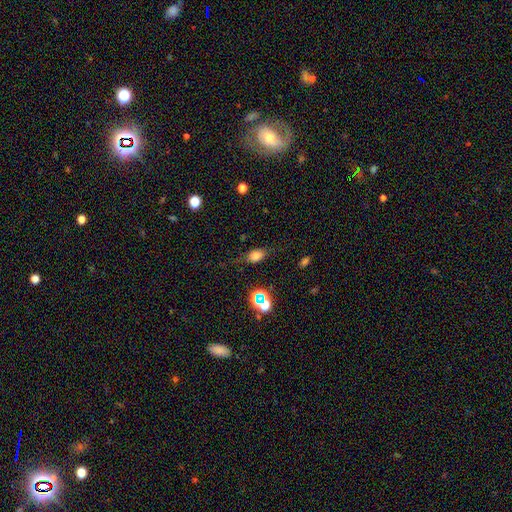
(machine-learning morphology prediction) This is likely a smooth galaxy (73%). How rounded: likely in between (76%). Merging: likely none (72%).